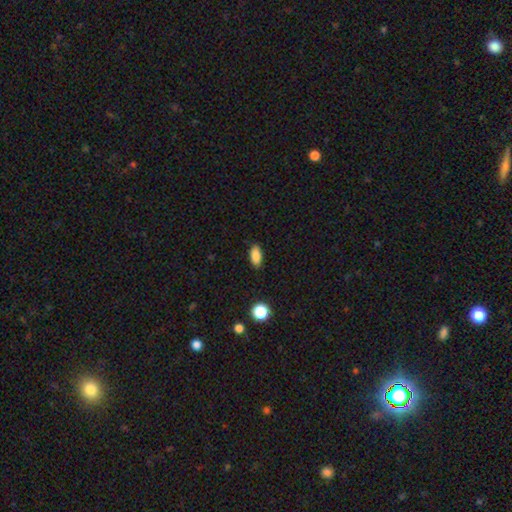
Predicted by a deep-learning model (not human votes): smooth-or-featured: smooth: 87% | star or artifact: 9% | featured or disk: 4%
  how-rounded: in between: 86% | cigar-shaped: 10% | round: 4%
  merging: none: 87% | minor disturbance: 10% | major disturbance: 2% | merger: 1%